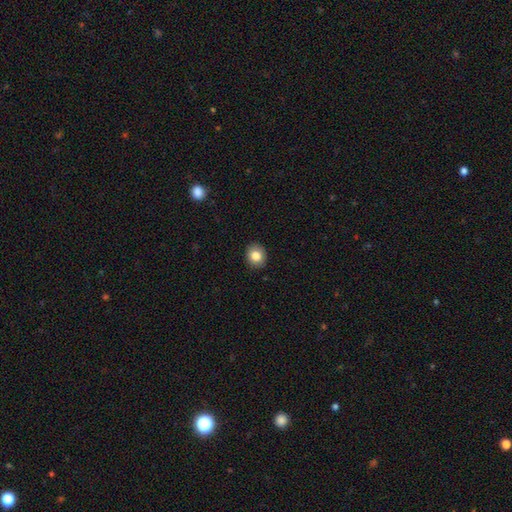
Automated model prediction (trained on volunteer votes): Overall: smooth (84%). How rounded: round (73%). Merging: none (90%).